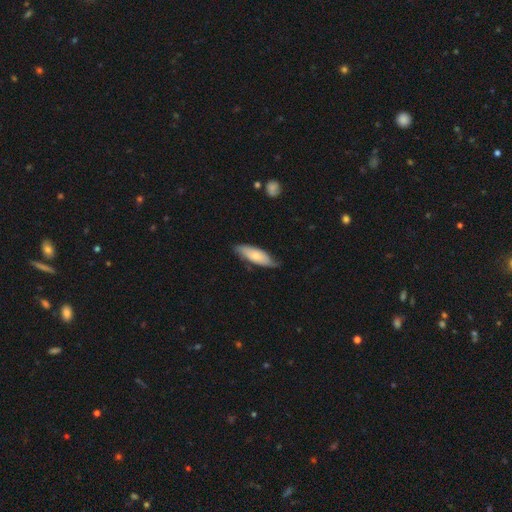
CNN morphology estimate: Overall: smooth (66%; featured or disk 29%). How rounded: in between (61%; cigar-shaped 37%). Merging: none (69%).